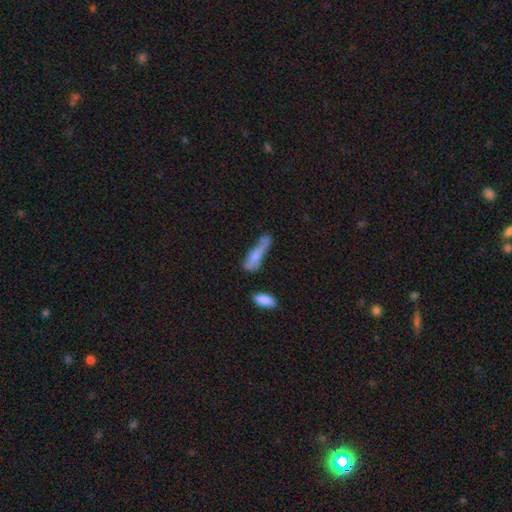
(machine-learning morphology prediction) Overall: smooth (63%; featured or disk 28%). How rounded: cigar-shaped (67%; in between 30%). Merging: none (33%; minor disturbance 26%).